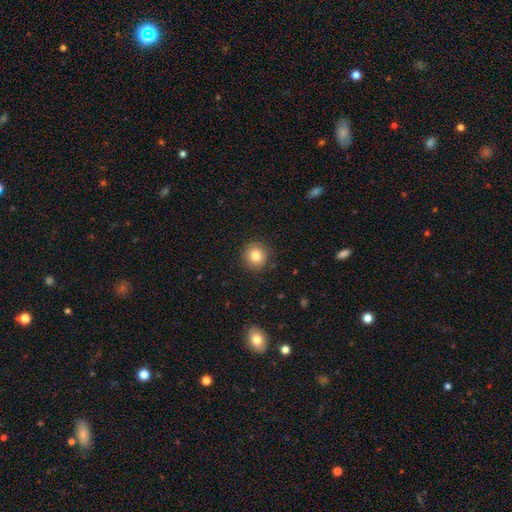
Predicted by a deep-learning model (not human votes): Smooth or featured? Predicted: smooth (p=0.82). How rounded? Predicted: round (p=0.92). Merging? Predicted: none (p=0.91).